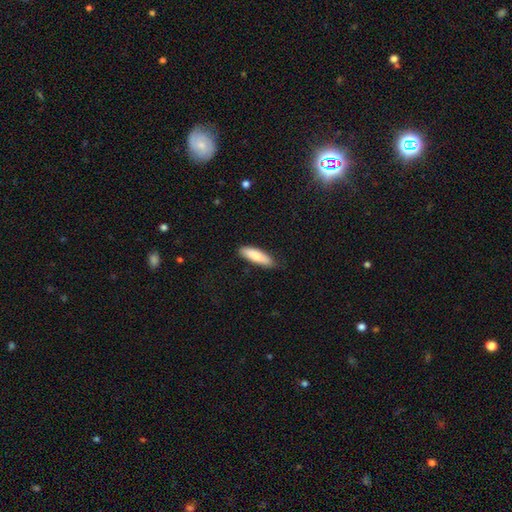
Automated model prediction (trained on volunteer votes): Morphology: type=smooth (83%); roundness=cigar-shaped (59%); merging=none (82%).